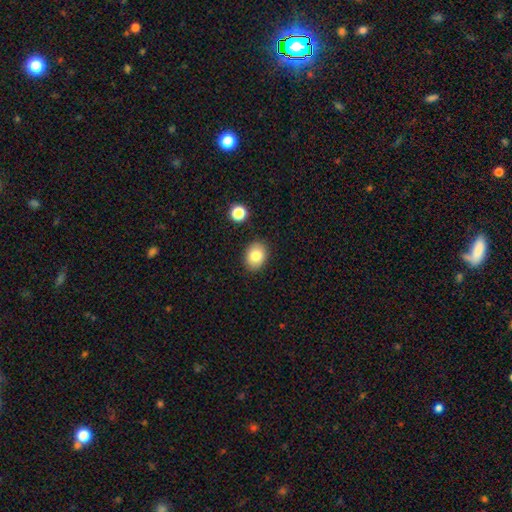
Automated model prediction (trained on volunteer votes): Q: Smooth or featured?
A: smooth (83%); runner-up: star or artifact (9%)
Q: How rounded?
A: in between (64%); runner-up: round (36%)
Q: Merging?
A: none (86%); runner-up: minor disturbance (10%)